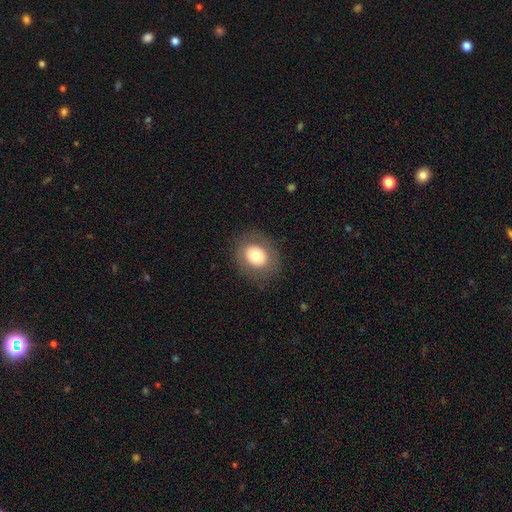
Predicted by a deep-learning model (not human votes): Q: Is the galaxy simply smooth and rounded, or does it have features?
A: smooth — 70%.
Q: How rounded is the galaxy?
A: round — 58%.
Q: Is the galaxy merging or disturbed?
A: none — 84%.